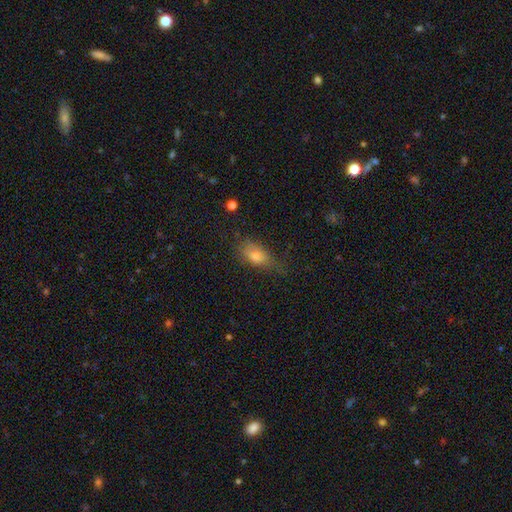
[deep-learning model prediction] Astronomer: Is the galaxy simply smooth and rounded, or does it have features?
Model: smooth — 71%.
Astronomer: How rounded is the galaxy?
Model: in between — 81%.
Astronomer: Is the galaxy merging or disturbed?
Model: none — 53% (runner-up: minor disturbance, 30%).